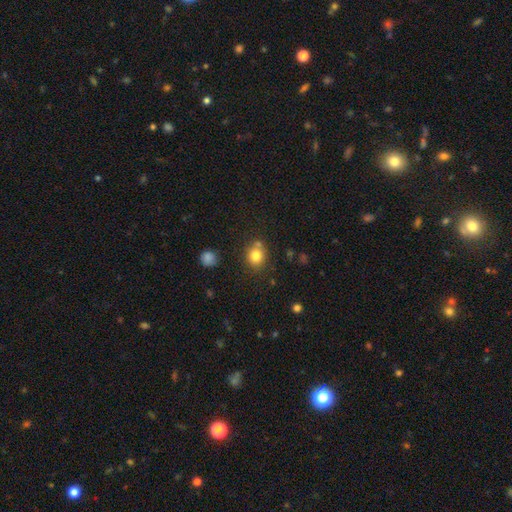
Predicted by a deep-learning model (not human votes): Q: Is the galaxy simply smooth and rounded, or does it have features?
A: smooth — 80%.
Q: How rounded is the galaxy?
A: round — 78%.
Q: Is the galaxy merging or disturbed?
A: none — 73%.